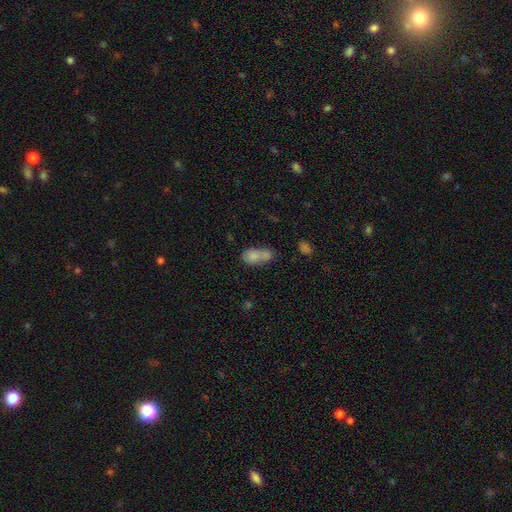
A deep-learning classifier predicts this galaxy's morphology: Overall: smooth (75%). How rounded: in between (79%). Merging: merger (51%; none 27%).